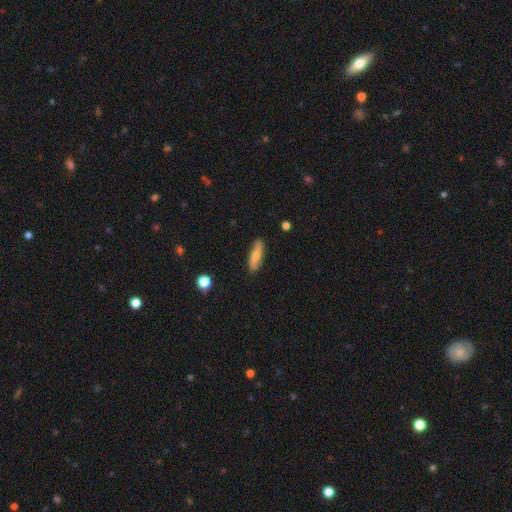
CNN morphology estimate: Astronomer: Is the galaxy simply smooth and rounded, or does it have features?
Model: smooth — 61%.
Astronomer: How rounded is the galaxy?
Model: cigar-shaped — 58% (runner-up: in between, 39%).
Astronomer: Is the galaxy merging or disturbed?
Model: none — 86%.